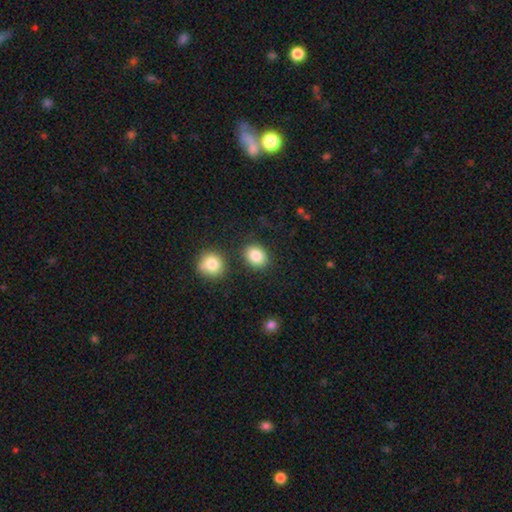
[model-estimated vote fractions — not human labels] This appears to be a smooth galaxy with no disk features (86%) that is round (53%). Merging: none (81%).